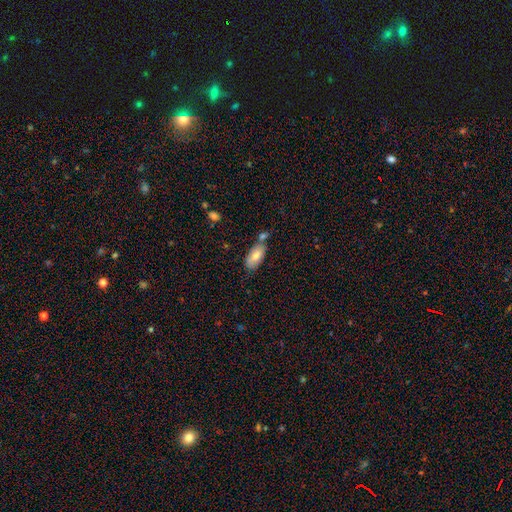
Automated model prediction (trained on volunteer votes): A smooth galaxy with no disk features (75%) that is in between round and cigar-shaped (90%). Merging: none (57%).